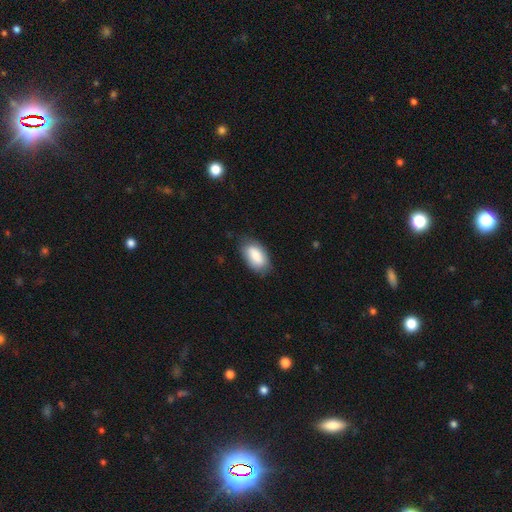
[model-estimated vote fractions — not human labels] The model was most divided on "merging": none: 75%, minor disturbance: 20%, major disturbance: 4%, merger: 1%. More confident: how rounded — in between (94%); smooth or featured — smooth (83%).